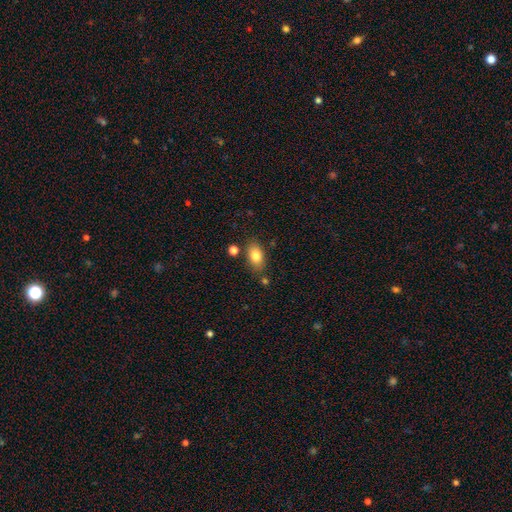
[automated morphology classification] Smooth or featured: smooth — 82% (featured or disk — 10%)
How rounded: in between — 88% (round — 9%)
Merging: none — 77% (minor disturbance — 14%)